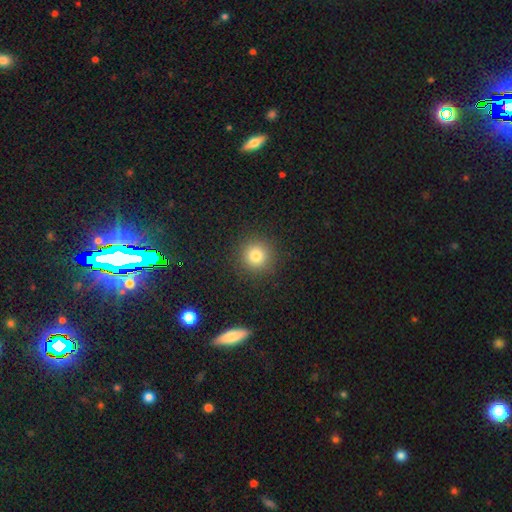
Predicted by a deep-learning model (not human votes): smooth 80%, star or artifact 14%, featured or disk 7%. Down the decision tree: how rounded — round (94%); merging — none (91%).